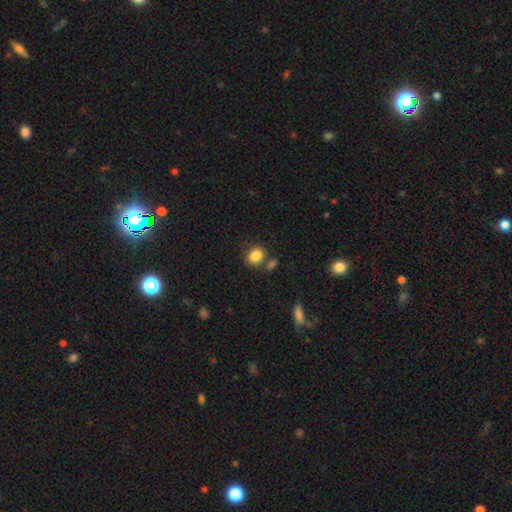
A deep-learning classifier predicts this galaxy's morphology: smooth_or_featured: smooth (p=0.86) [alt: star or artifact p=0.09]
how_rounded: round (p=0.67) [alt: in between p=0.32]
merging: none (p=0.70) [alt: merger p=0.14]